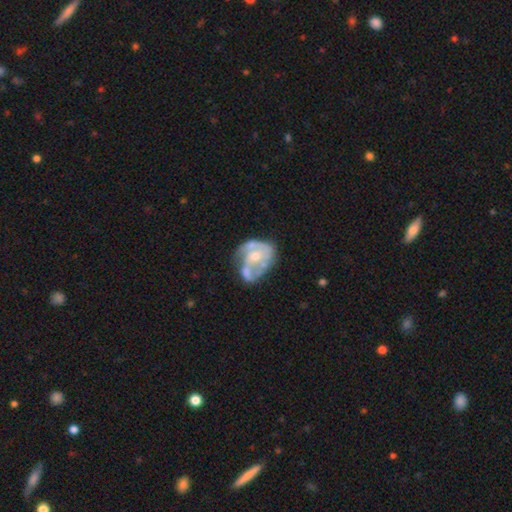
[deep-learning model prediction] smooth-or-featured: featured or disk: 74% | smooth: 20% | star or artifact: 6%
  disk-edge-on: no: 98% | yes: 2%
    bar: no: 73% | weak: 22% | strong: 5%
    has-spiral-arms: yes: 61% | no: 39%
    bulge-size: moderate: 54% | small: 38% | none: 4% | large: 3% | dominant: 1%
  merging: none: 39% | minor disturbance: 25% | major disturbance: 22% | merger: 14%